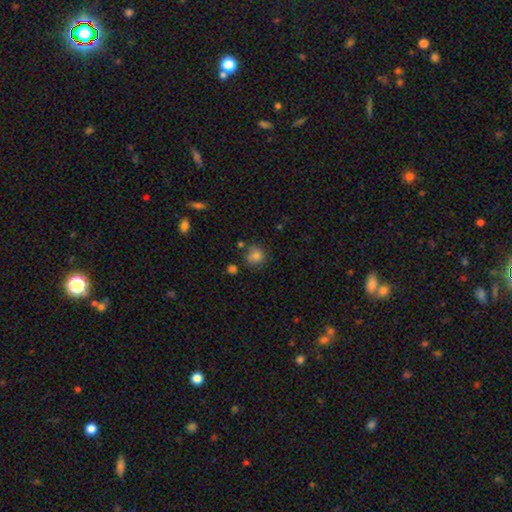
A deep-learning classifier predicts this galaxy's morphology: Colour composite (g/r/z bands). It shows a smooth galaxy with no disk features (80%) that is round (85%). Merging: none (70%).